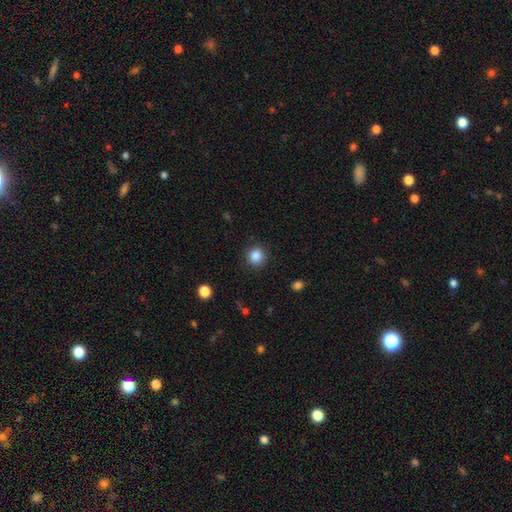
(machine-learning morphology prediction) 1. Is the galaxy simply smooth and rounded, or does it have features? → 86% smooth, 11% star or artifact, 4% featured or disk.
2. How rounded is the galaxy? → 91% round, 8% in between, 1% cigar-shaped.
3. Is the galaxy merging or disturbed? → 90% none, 7% minor disturbance, 3% major disturbance, 1% merger.